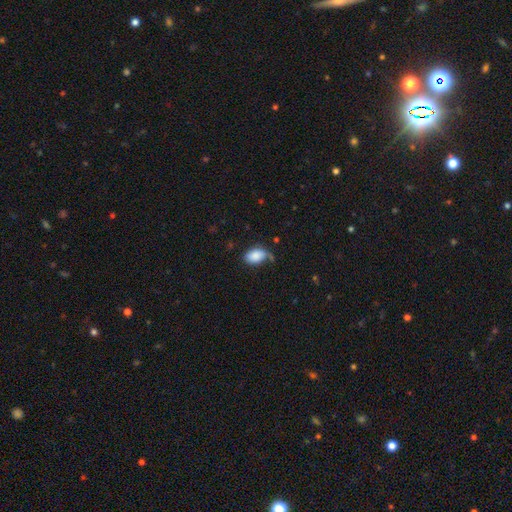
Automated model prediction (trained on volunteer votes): Q: Smooth or featured?
A: smooth (86%); runner-up: star or artifact (7%)
Q: How rounded?
A: in between (91%); runner-up: round (8%)
Q: Merging?
A: none (56%); runner-up: minor disturbance (28%)